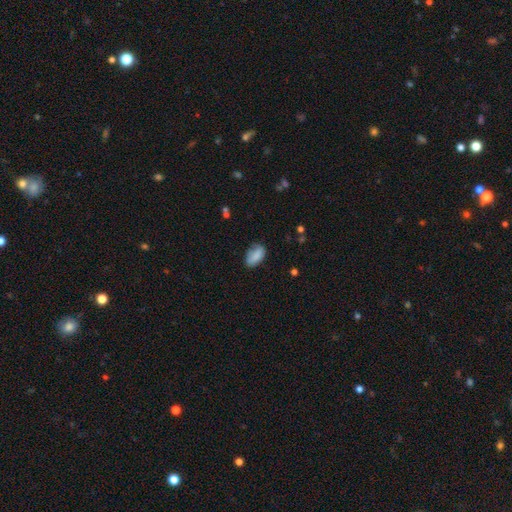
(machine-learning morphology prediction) Q: Smooth or featured?
A: smooth (84%); runner-up: featured or disk (8%)
Q: How rounded?
A: in between (92%); runner-up: round (4%)
Q: Merging?
A: none (69%); runner-up: minor disturbance (24%)